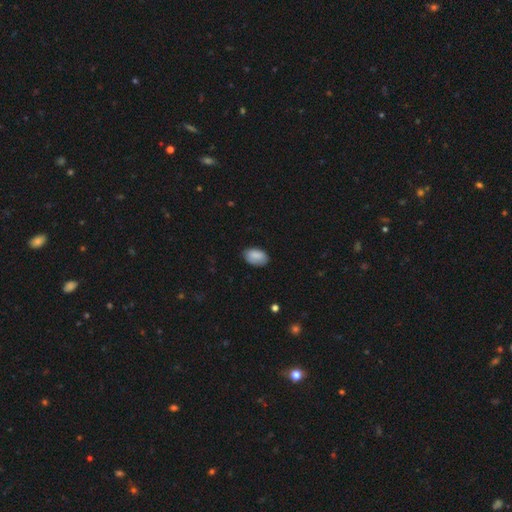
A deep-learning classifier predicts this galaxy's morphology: The model was most divided on "merging": none: 79%, minor disturbance: 17%, major disturbance: 3%, merger: 1%. More confident: how rounded — in between (92%); smooth or featured — smooth (87%).